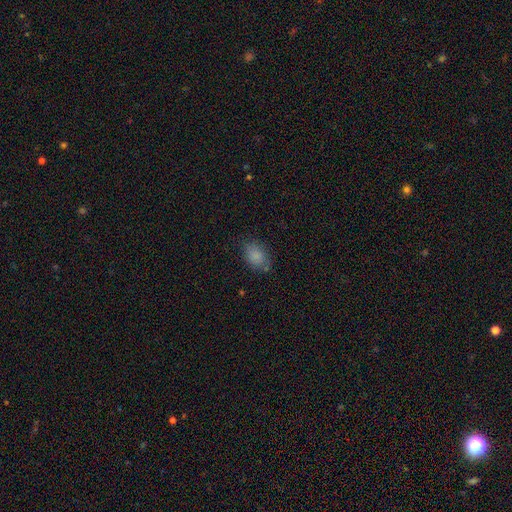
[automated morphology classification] A smooth galaxy with no disk features (84%) that is in between round and cigar-shaped (78%). Merging: none (71%).